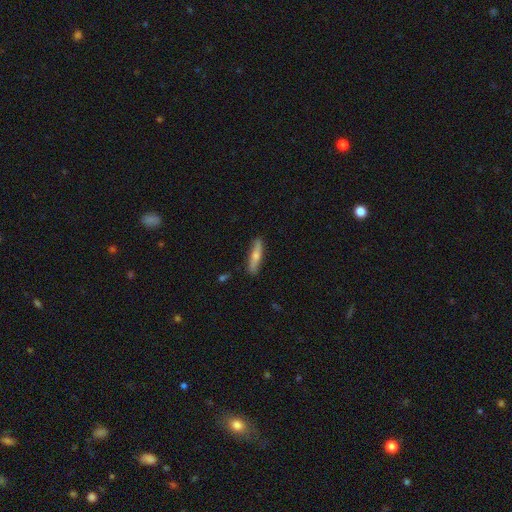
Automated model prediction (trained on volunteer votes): A smooth galaxy with no disk features (55%) that is cigar-shaped (82%).

Vote fractions:
- Smooth or featured? smooth: 55% / featured or disk: 39% / star or artifact: 6%
- How rounded? cigar-shaped: 82% / in between: 16% / round: 2%
- Merging? none: 84% / minor disturbance: 12% / major disturbance: 2% / merger: 2%